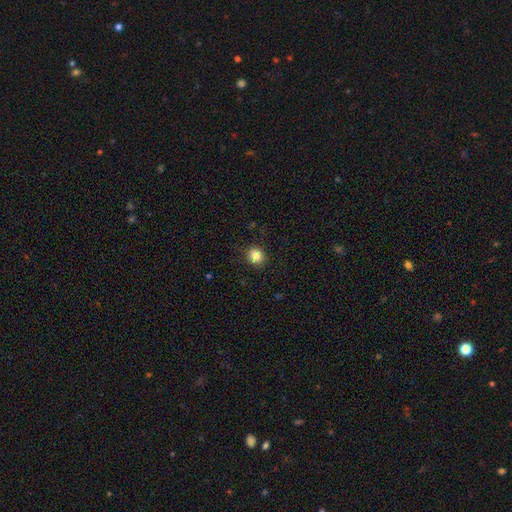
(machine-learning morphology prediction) Smooth or featured?
  - smooth: 83% *
  - star or artifact: 12%
  - featured or disk: 6%
How rounded?
  - round: 85% *
  - in between: 14%
  - cigar-shaped: 1%
Merging?
  - none: 85% *
  - minor disturbance: 11%
  - major disturbance: 2%
  - merger: 2%